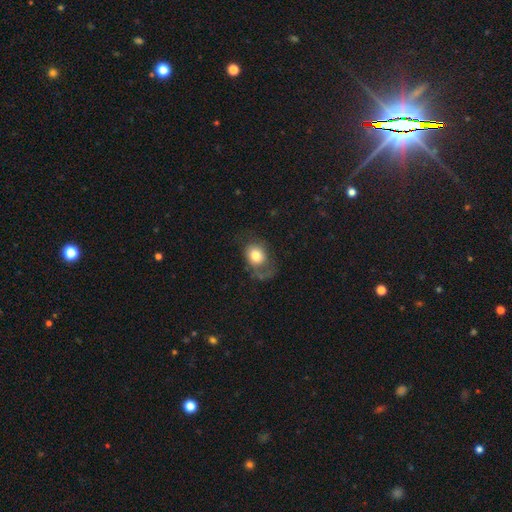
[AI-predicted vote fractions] Smooth or featured? Predicted: smooth (p=0.69). How rounded? Predicted: round (p=0.51). Merging? Predicted: none (p=0.42).